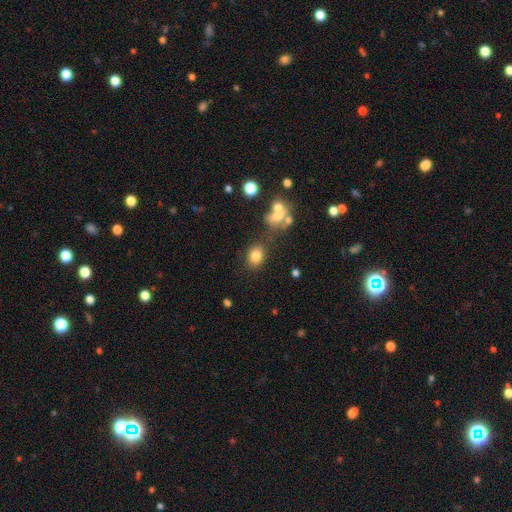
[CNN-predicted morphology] The model was most divided on "how rounded": in between: 55%, round: 43%, cigar-shaped: 1%. More confident: smooth or featured — smooth (79%); merging — none (72%).